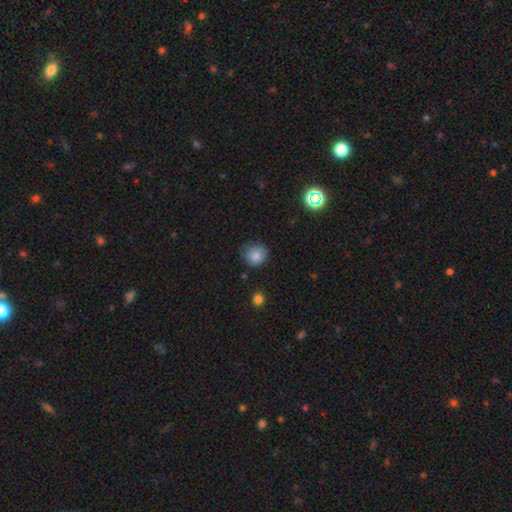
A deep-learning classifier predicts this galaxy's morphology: This is clearly a smooth galaxy (82%). How rounded: clearly round (83%). Merging: likely none (75%).